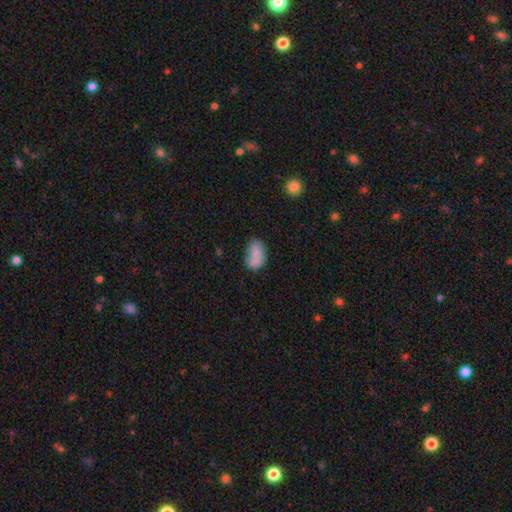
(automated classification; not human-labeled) This appears to be a smooth galaxy with no disk features (77%) that is in between round and cigar-shaped (86%). Merging: none (41%).